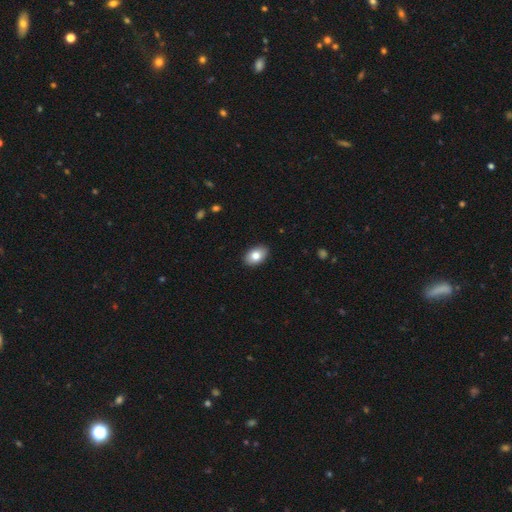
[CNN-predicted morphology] This is clearly a smooth galaxy (81%). How rounded: clearly in between (89%). Merging: clearly none (90%).